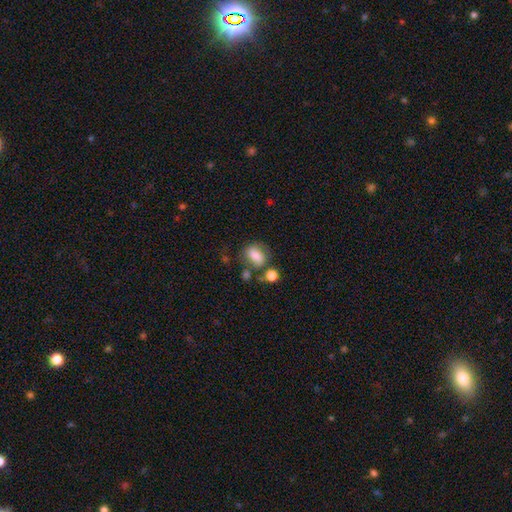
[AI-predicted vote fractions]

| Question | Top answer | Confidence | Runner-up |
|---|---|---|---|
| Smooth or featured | smooth | 76% | featured or disk (14%) |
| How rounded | in between | 71% | round (27%) |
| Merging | none | 57% | minor disturbance (19%) |